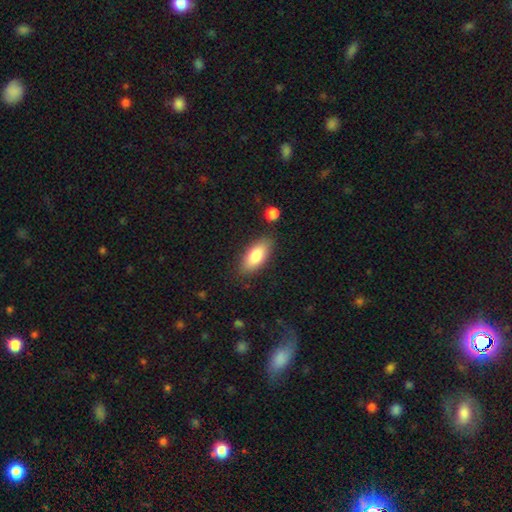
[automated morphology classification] smooth-or-featured: smooth: 82% | featured or disk: 11% | star or artifact: 6%
  how-rounded: in between: 85% | cigar-shaped: 12% | round: 2%
  merging: none: 82% | minor disturbance: 12% | major disturbance: 3% | merger: 3%